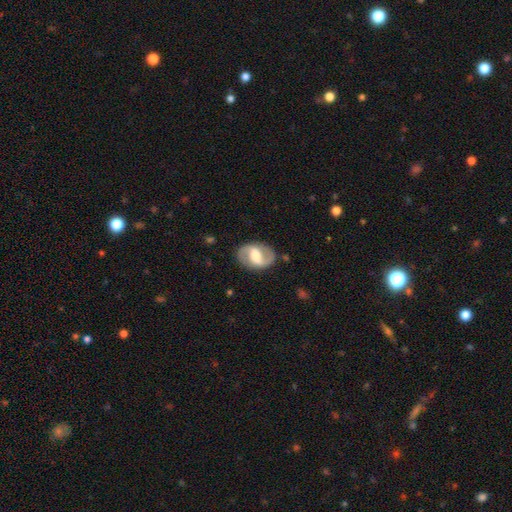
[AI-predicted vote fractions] This appears to be a featured or disk galaxy (82%) with a weak bar (45%), 2 (92%) medium (50%) spiral arms (90%) and a moderate central bulge (50%). Merging: none (85%).